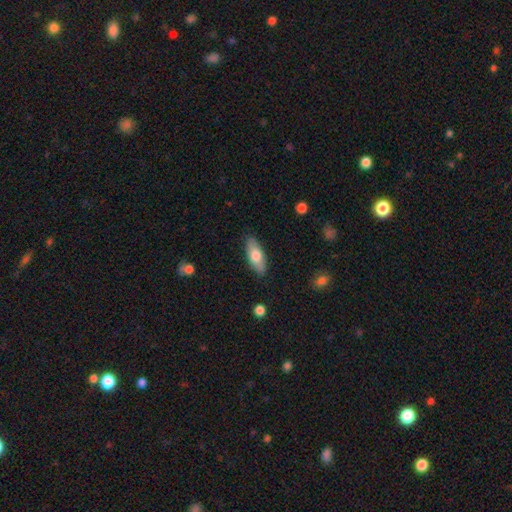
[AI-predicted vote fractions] The model was most divided on "smooth or featured": smooth: 73%, featured or disk: 22%, star or artifact: 6%. More confident: merging — none (87%); how rounded — in between (77%).